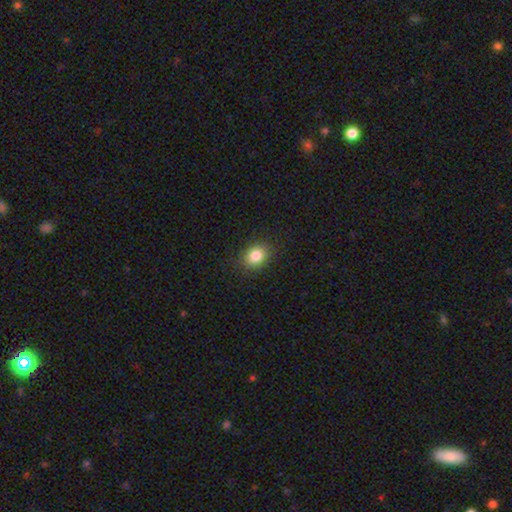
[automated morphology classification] Smooth or featured? smooth (84%)
How rounded? in between (53%)
Merging? none (87%)